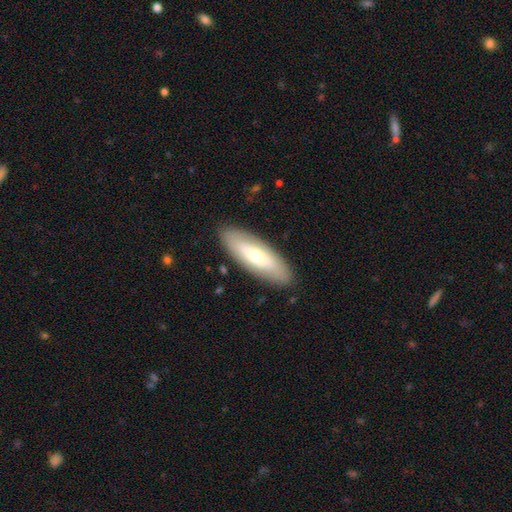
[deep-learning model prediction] Smooth or featured? smooth (59%)
How rounded? in between (59%)
Merging? none (88%)